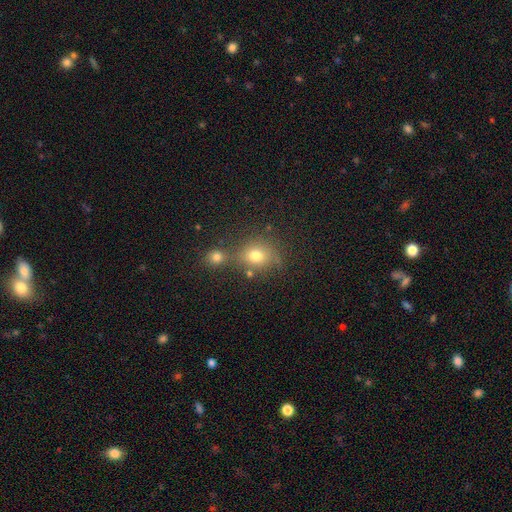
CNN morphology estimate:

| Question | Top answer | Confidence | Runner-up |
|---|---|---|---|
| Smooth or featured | smooth | 73% | star or artifact (16%) |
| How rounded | round | 70% | in between (29%) |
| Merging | none | 55% | merger (28%) |